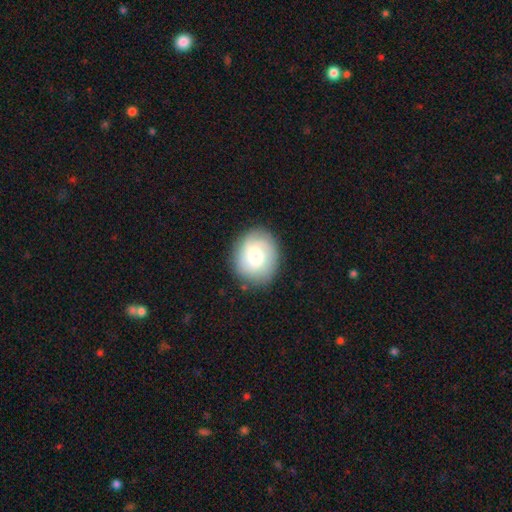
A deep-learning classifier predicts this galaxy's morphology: A smooth galaxy with no disk features (53%) that is round (69%).

Vote fractions:
- Smooth or featured? smooth: 53% / featured or disk: 39% / star or artifact: 8%
- How rounded? round: 69% / in between: 30% / cigar-shaped: 1%
- Merging? none: 83% / minor disturbance: 12% / major disturbance: 4% / merger: 1%